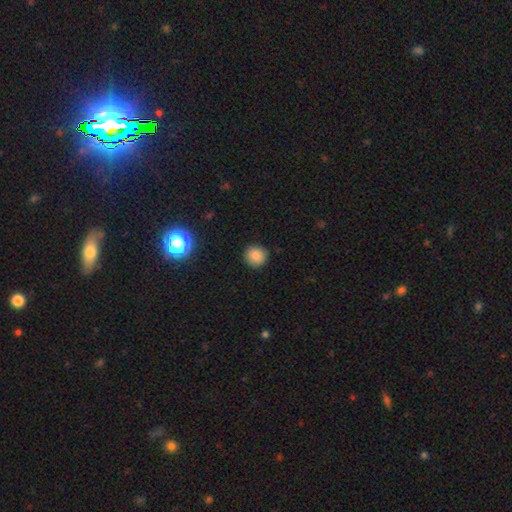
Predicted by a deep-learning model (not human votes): This appears to be a smooth galaxy with no disk features (84%) that is round (92%). Merging: none (89%).